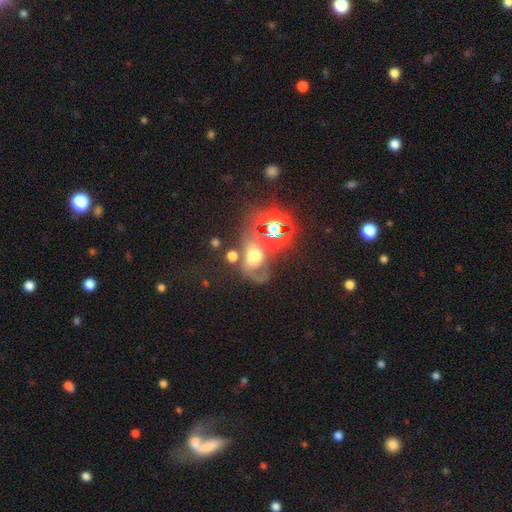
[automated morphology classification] Smooth or featured? smooth (36%)
Merging? none (33%)